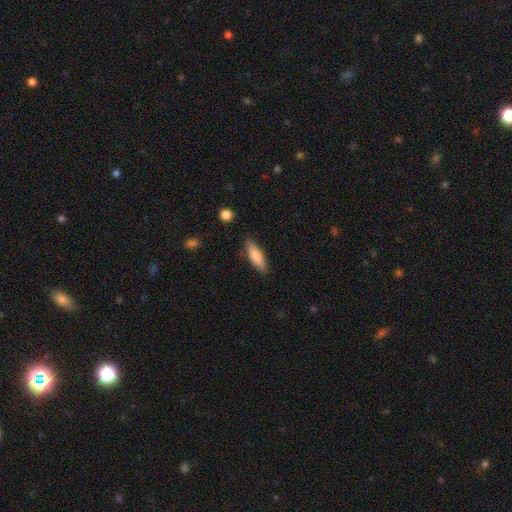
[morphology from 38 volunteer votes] Overall: smooth (84%). How rounded: cigar-shaped (66%; in between 34%). Merging: none (84%).